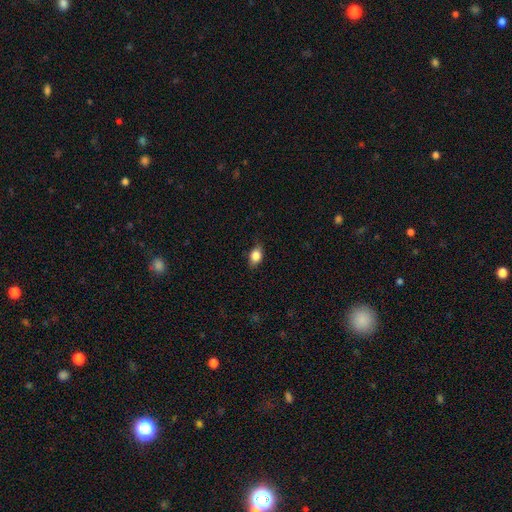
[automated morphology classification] A smooth galaxy with no disk features (84%) that is in between round and cigar-shaped (75%).

Vote fractions:
- Smooth or featured? smooth: 84% / star or artifact: 8% / featured or disk: 7%
- How rounded? in between: 75% / round: 23% / cigar-shaped: 3%
- Merging? none: 78% / minor disturbance: 18% / major disturbance: 3% / merger: 1%